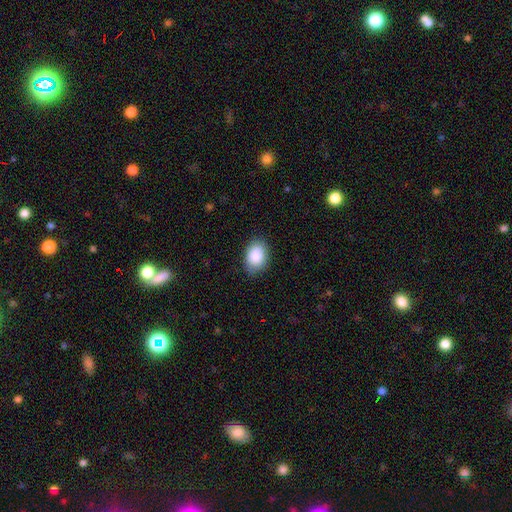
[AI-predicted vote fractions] smooth_or_featured: smooth (p=0.89) [alt: star or artifact p=0.07]
how_rounded: in between (p=0.83) [alt: round p=0.16]
merging: none (p=0.84) [alt: minor disturbance p=0.12]